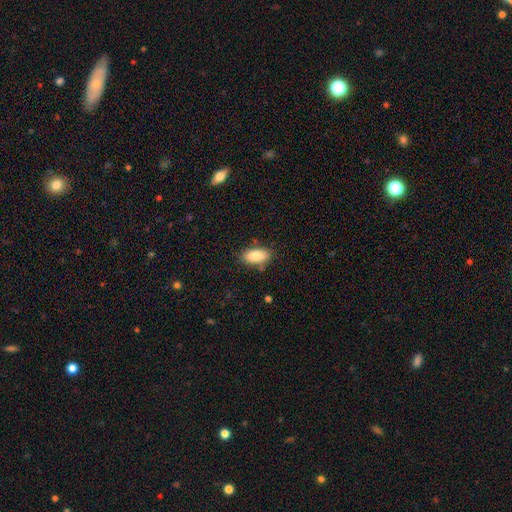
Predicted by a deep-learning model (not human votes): Smooth or featured? smooth (83%)
How rounded? in between (90%)
Merging? none (81%)